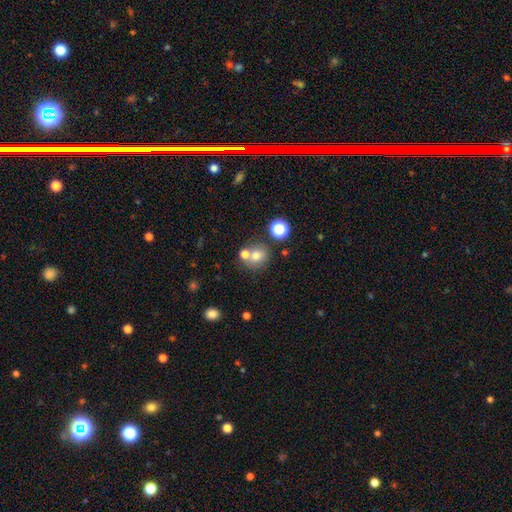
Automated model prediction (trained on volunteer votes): A smooth galaxy with no disk features (72%) that is round (81%).

Vote fractions:
- Smooth or featured? smooth: 72% / star or artifact: 14% / featured or disk: 14%
- How rounded? round: 81% / in between: 18% / cigar-shaped: 1%
- Merging? none: 53% / merger: 34% / minor disturbance: 9% / major disturbance: 4%